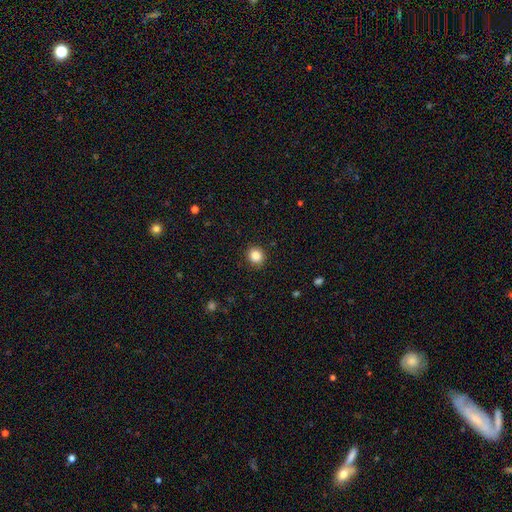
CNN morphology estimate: A smooth galaxy with no disk features (87%) that is round (83%). Merging: none (90%).